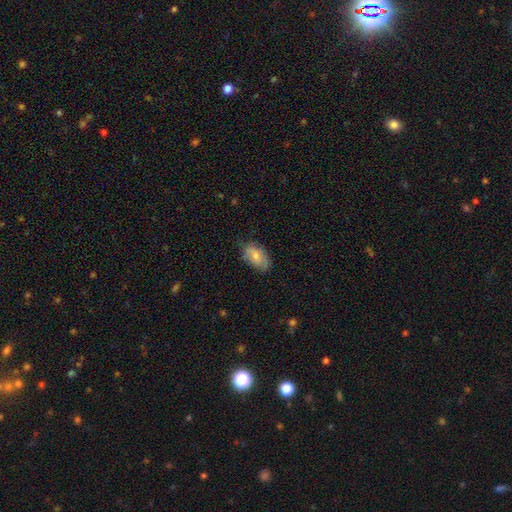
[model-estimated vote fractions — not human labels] smooth-or-featured: smooth: 73% | featured or disk: 20% | star or artifact: 7%
  how-rounded: in between: 92% | round: 5% | cigar-shaped: 3%
  merging: none: 63% | minor disturbance: 28% | major disturbance: 7% | merger: 1%